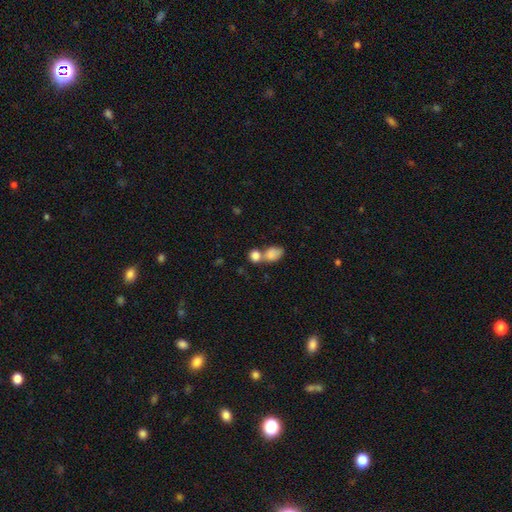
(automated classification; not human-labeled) Morphology: type=smooth (83%); roundness=in between (51%); merging=merger (57%).